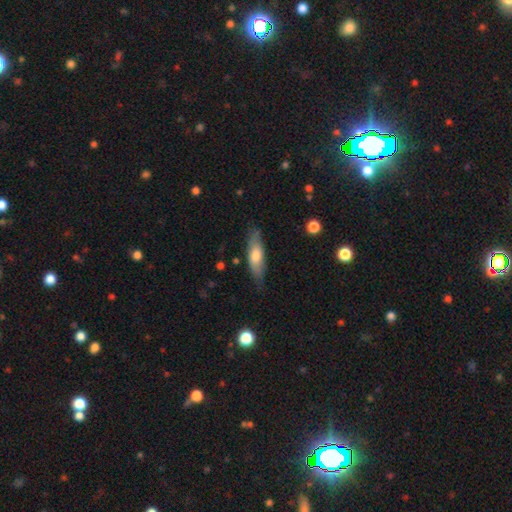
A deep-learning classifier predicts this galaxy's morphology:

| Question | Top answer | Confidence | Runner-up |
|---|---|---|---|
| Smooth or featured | smooth | 63% | featured or disk (31%) |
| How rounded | in between | 54% | cigar-shaped (44%) |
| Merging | none | 74% | minor disturbance (20%) |